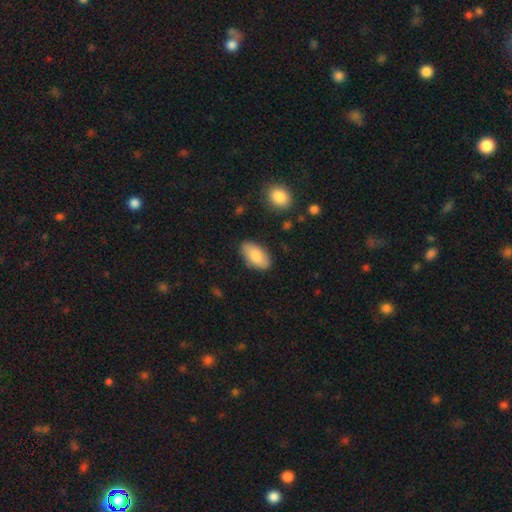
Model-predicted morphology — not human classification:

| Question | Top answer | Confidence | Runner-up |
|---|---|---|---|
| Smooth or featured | smooth | 81% | featured or disk (13%) |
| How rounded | in between | 94% | cigar-shaped (3%) |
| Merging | none | 84% | minor disturbance (12%) |